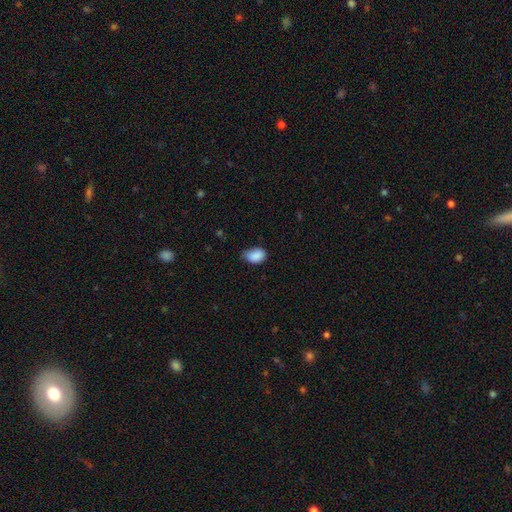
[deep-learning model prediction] A smooth galaxy with no disk features (88%) that is in between round and cigar-shaped (85%).

Vote fractions:
- Smooth or featured? smooth: 88% / star or artifact: 8% / featured or disk: 4%
- How rounded? in between: 85% / round: 14% / cigar-shaped: 1%
- Merging? none: 55% / minor disturbance: 38% / major disturbance: 5% / merger: 1%